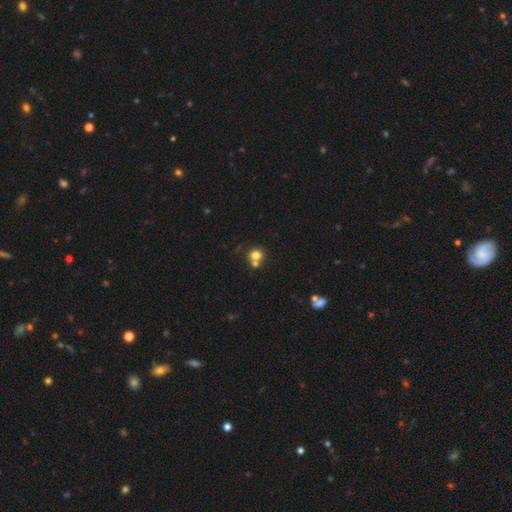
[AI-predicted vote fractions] Smooth or featured?
  - smooth: 75% *
  - star or artifact: 13%
  - featured or disk: 12%
How rounded?
  - round: 82% *
  - in between: 17%
  - cigar-shaped: 1%
Merging?
  - none: 46% *
  - merger: 43%
  - minor disturbance: 8%
  - major disturbance: 3%